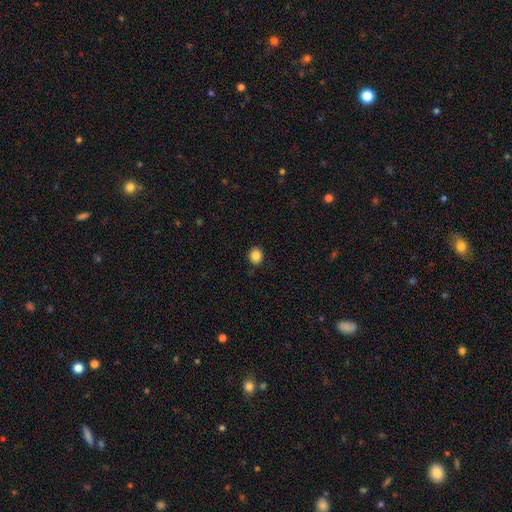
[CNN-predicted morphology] The model was most divided on "how rounded": round: 78%, in between: 21%, cigar-shaped: 1%. More confident: merging — none (89%); smooth or featured — smooth (86%).